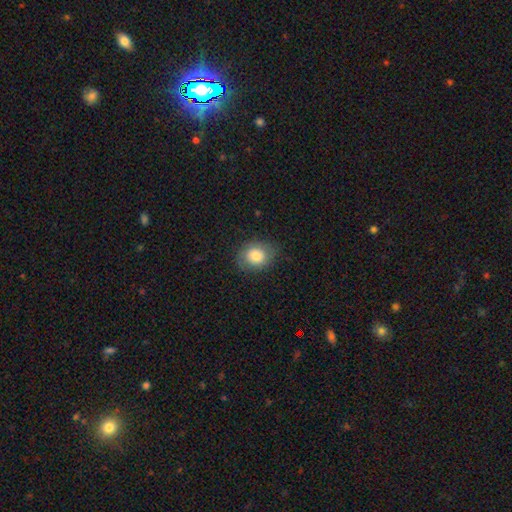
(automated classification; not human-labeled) smooth 80%, featured or disk 12%, star or artifact 8%. Down the decision tree: how rounded — round (60%); merging — none (80%).